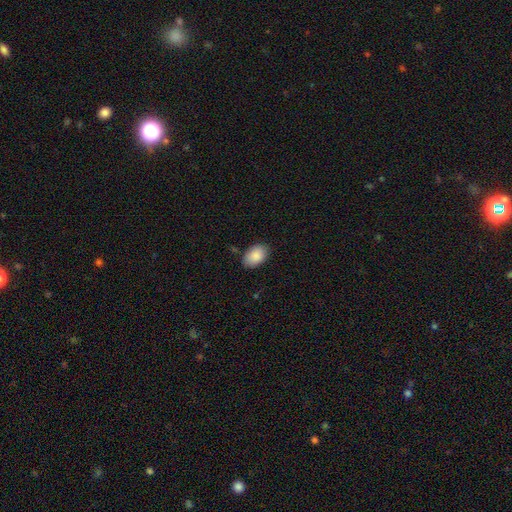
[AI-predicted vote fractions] A smooth galaxy with no disk features (88%) that is in between round and cigar-shaped (89%). Merging: none (83%).